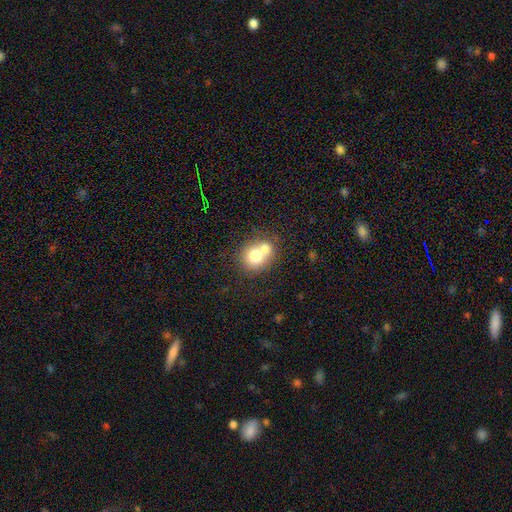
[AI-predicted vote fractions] smooth 70%, featured or disk 20%, star or artifact 10%. Down the decision tree: how rounded — round (76%); merging — merger (57%).